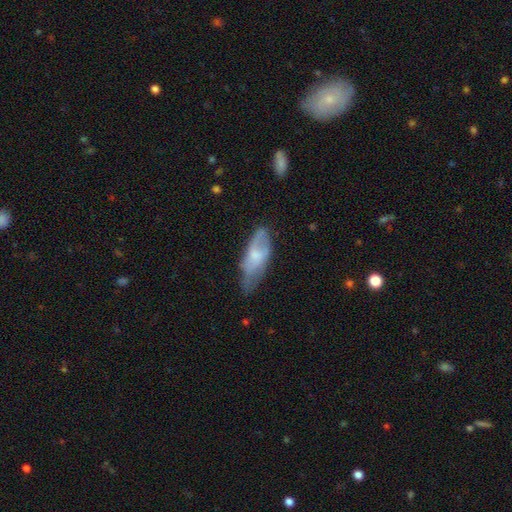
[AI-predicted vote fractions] smooth-or-featured: smooth: 54% | featured or disk: 39% | star or artifact: 7%
  how-rounded: in between: 75% | cigar-shaped: 23% | round: 2%
  merging: none: 47% | minor disturbance: 35% | major disturbance: 16% | merger: 3%